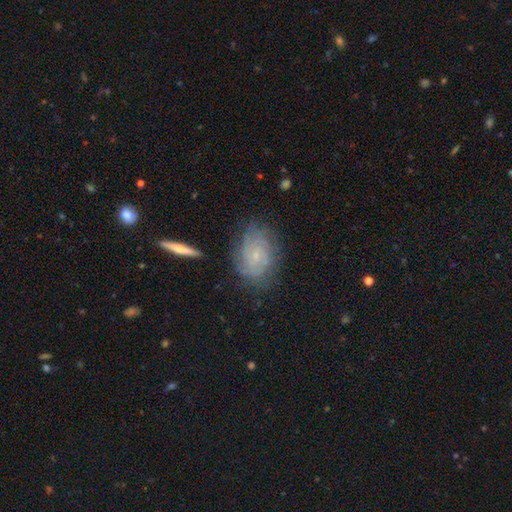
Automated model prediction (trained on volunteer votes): This appears to be a featured or disk galaxy (64%) with no bar (76%), tight (63%) spiral arms (88%) and a small central bulge (79%). Merging: none (73%).